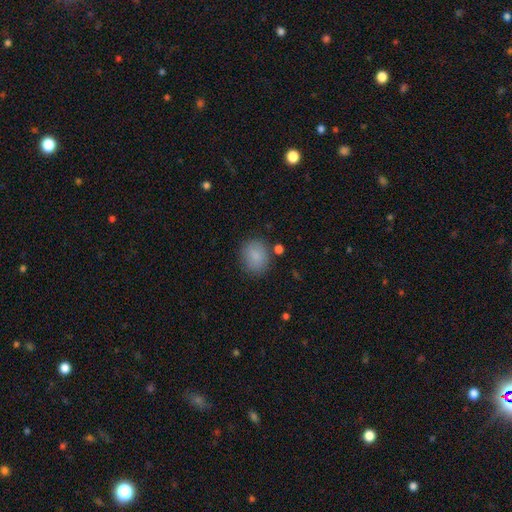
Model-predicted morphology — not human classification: This appears to be a smooth galaxy with no disk features (86%) that is round (63%). Merging: none (80%).